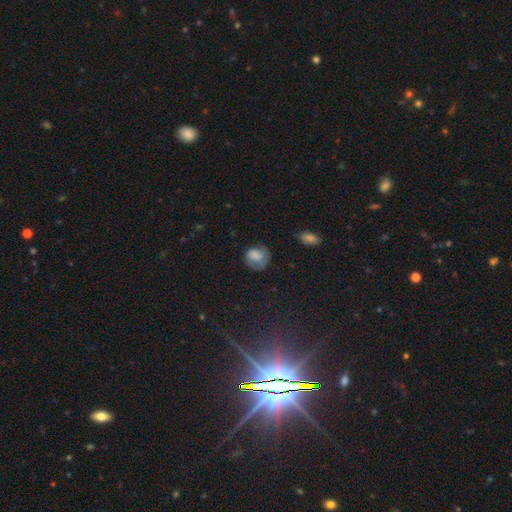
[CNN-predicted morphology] smooth-or-featured: smooth: 70% | featured or disk: 21% | star or artifact: 9%
  how-rounded: round: 72% | in between: 27% | cigar-shaped: 1%
  merging: none: 52% | minor disturbance: 29% | major disturbance: 17% | merger: 2%